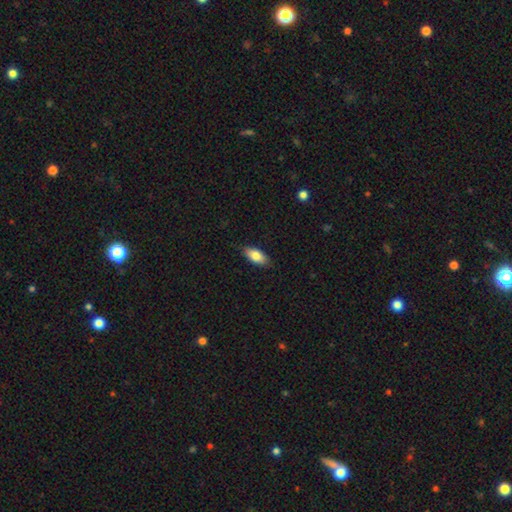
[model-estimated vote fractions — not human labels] The model was most divided on "smooth or featured": smooth: 82%, featured or disk: 12%, star or artifact: 7%. More confident: how rounded — in between (88%); merging — none (85%).